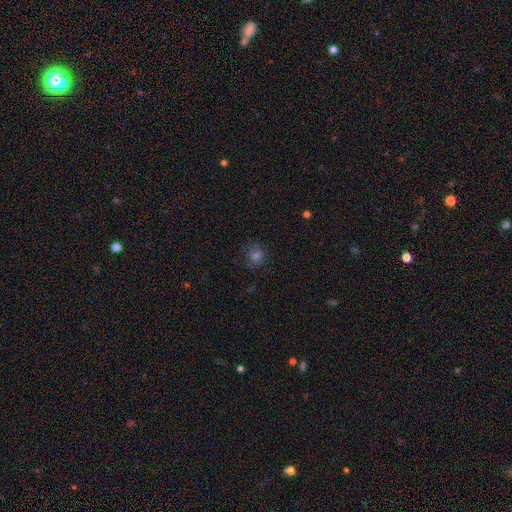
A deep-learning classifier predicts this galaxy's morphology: Smooth or featured? smooth (70%)
How rounded? round (81%)
Merging? none (79%)